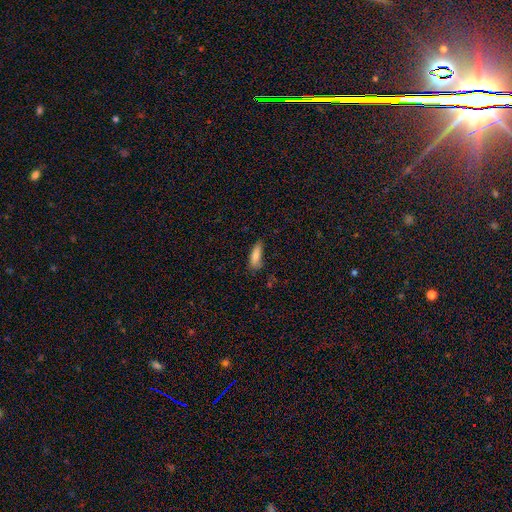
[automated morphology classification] A smooth galaxy with no disk features (84%) that is in between round and cigar-shaped (54%). Merging: none (69%).